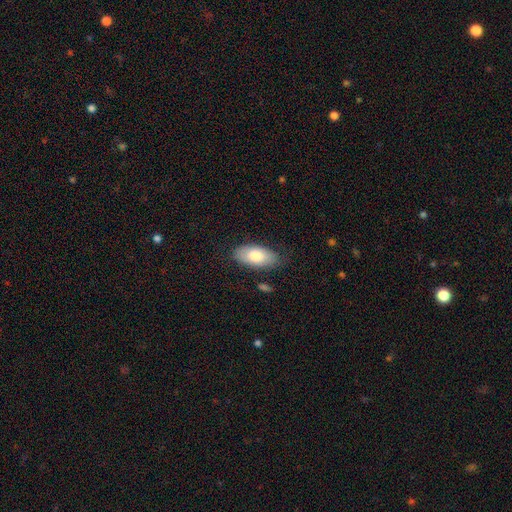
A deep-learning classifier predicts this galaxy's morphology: The model was most divided on "merging": none: 79%, minor disturbance: 16%, major disturbance: 3%, merger: 2%. More confident: how rounded — in between (93%); smooth or featured — smooth (80%).